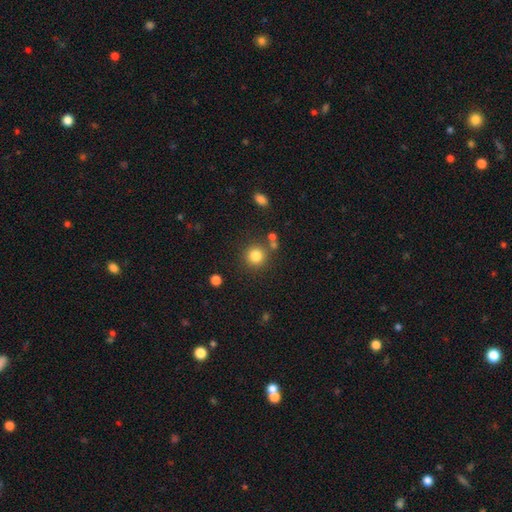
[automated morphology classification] This is clearly a smooth galaxy (82%). How rounded: clearly round (92%). Merging: likely none (80%).